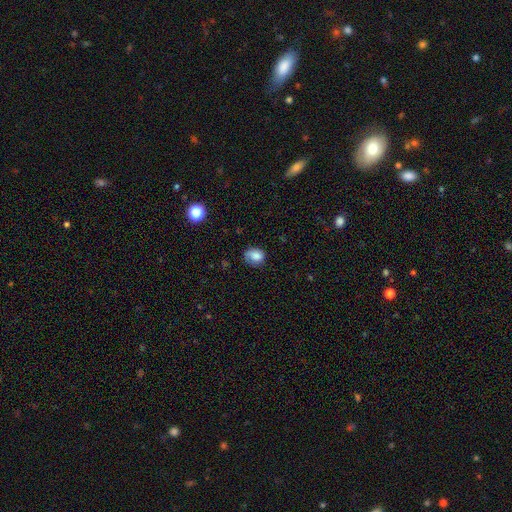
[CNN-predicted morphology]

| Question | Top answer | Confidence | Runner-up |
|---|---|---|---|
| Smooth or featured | smooth | 75% | featured or disk (16%) |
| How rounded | round | 52% | in between (47%) |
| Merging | none | 59% | minor disturbance (27%) |